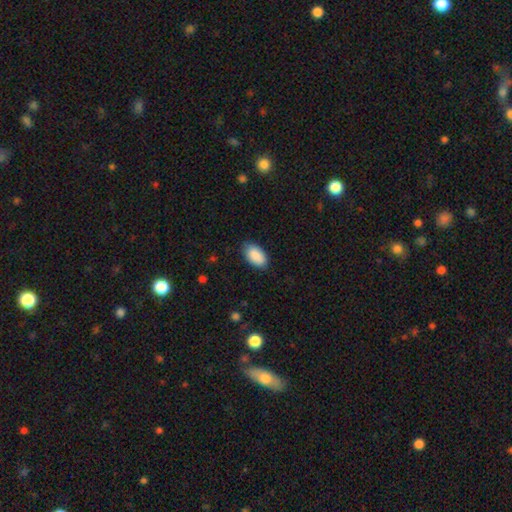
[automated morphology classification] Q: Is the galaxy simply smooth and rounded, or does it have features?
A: smooth — 90%.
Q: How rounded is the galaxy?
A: in between — 95%.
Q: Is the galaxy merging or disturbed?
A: none — 83%.